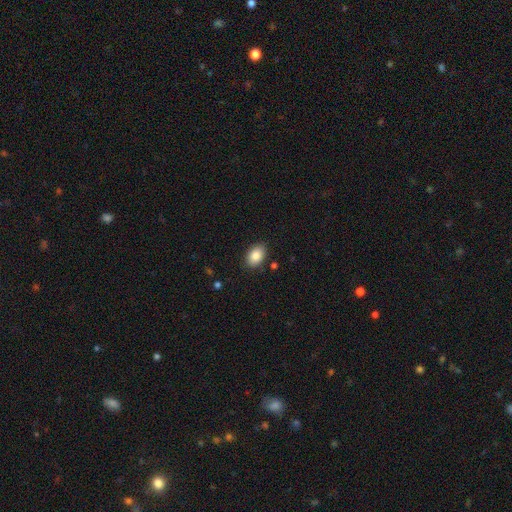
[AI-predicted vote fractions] Smooth or featured? smooth (86%)
How rounded? in between (85%)
Merging? none (86%)